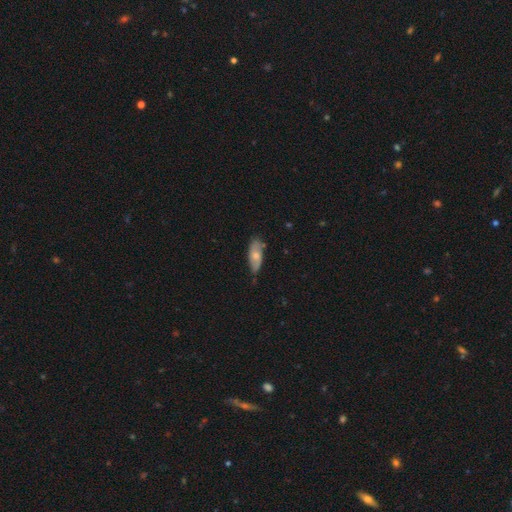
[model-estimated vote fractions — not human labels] A smooth galaxy with no disk features (55%) that is in between round and cigar-shaped (76%). Merging: none (68%).